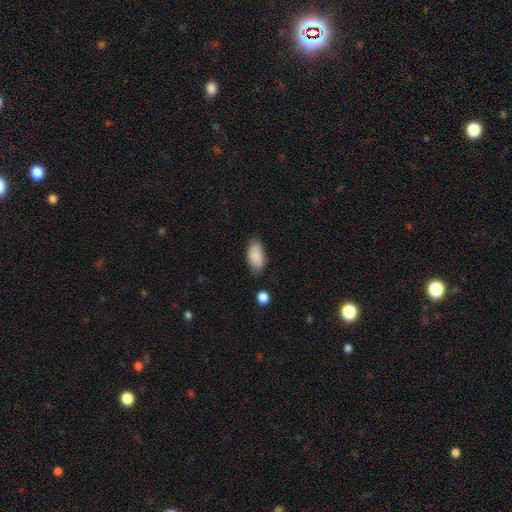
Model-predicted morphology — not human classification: Smooth or featured: smooth — 87% (star or artifact — 7%)
How rounded: in between — 93% (cigar-shaped — 4%)
Merging: none — 77% (minor disturbance — 17%)